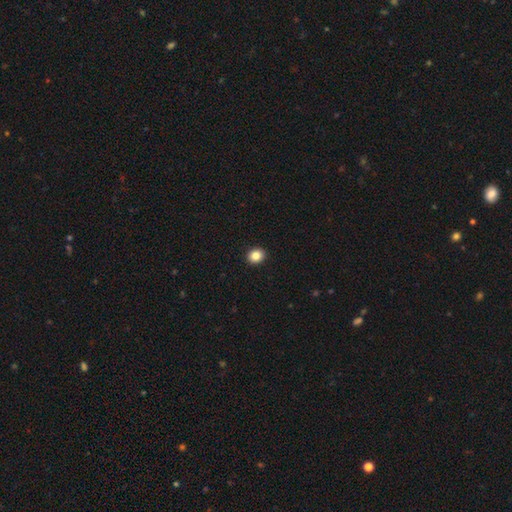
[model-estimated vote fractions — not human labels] A smooth galaxy with no disk features (86%) that is round (67%).

Vote fractions:
- Smooth or featured? smooth: 86% / star or artifact: 10% / featured or disk: 5%
- How rounded? round: 67% / in between: 32% / cigar-shaped: 1%
- Merging? none: 93% / minor disturbance: 5% / major disturbance: 1% / merger: 1%